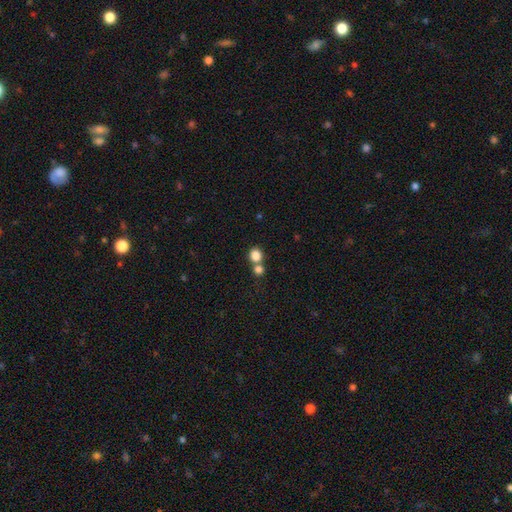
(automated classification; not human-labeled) A smooth galaxy with no disk features (83%) that is round (80%). Merging: none (50%).